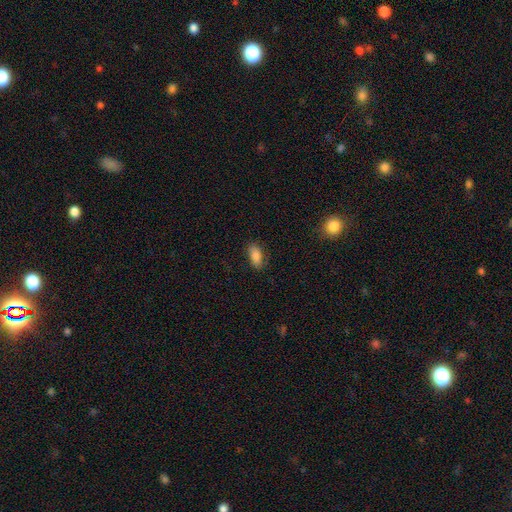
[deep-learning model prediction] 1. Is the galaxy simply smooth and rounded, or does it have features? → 84% smooth, 8% featured or disk, 8% star or artifact.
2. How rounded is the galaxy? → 88% in between, 9% cigar-shaped, 3% round.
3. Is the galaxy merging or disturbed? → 81% none, 15% minor disturbance, 3% major disturbance, 1% merger.